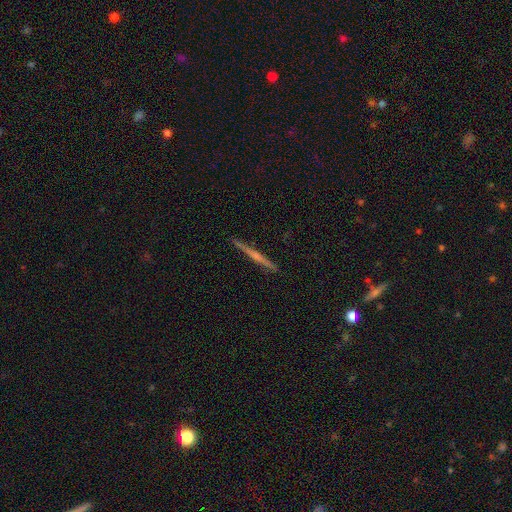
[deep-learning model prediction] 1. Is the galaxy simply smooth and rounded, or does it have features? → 59% featured or disk, 27% smooth, 14% star or artifact.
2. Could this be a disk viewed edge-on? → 94% yes, 6% no.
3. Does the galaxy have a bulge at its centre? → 57% rounded, 33% none, 10% boxy.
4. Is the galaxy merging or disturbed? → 87% none, 8% minor disturbance, 2% major disturbance, 2% merger.